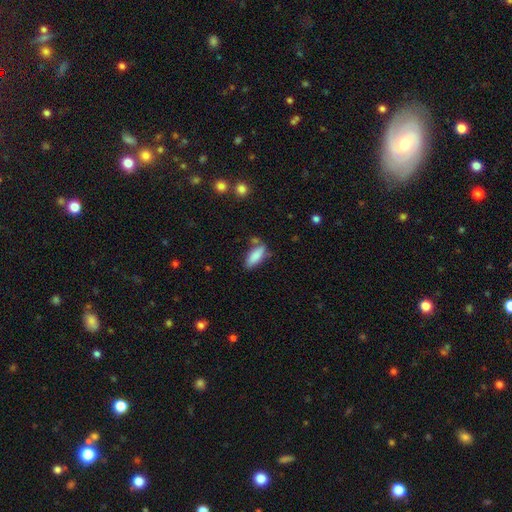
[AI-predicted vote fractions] This is clearly a smooth galaxy (84%). How rounded: likely in between (71%). Merging: likely none (65%).